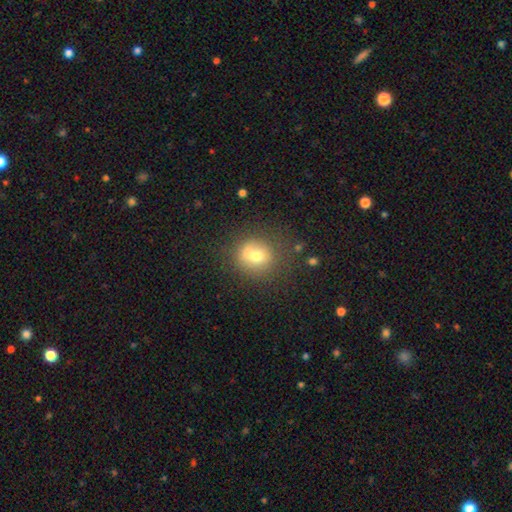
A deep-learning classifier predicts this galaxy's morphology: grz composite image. It shows a smooth galaxy with no disk features (66%) that is round (86%). Merging: none (57%).